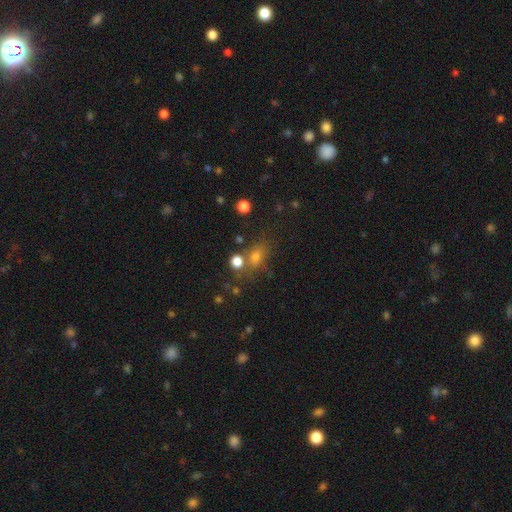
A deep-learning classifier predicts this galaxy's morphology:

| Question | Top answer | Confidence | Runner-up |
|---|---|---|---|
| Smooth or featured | smooth | 56% | star or artifact (33%) |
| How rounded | round | 50% | in between (46%) |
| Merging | none | 64% | merger (18%) |